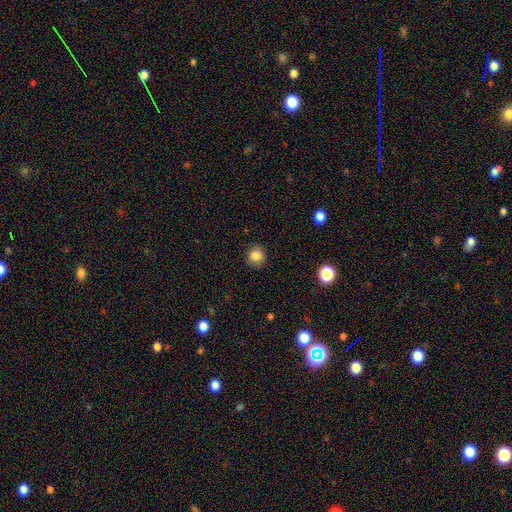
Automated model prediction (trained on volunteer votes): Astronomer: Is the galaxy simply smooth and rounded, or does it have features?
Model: smooth — 84%.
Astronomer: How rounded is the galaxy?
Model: round — 90%.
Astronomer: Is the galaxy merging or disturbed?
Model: none — 89%.